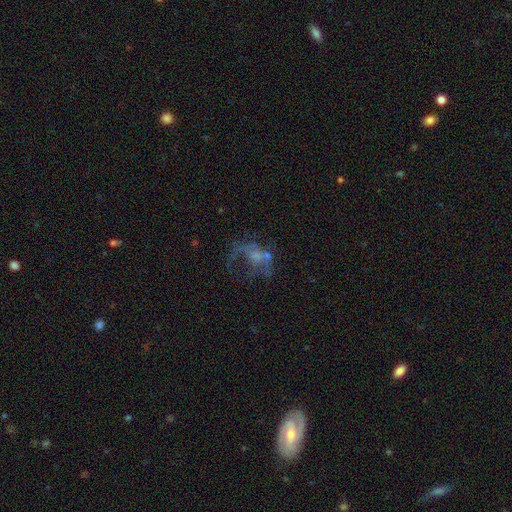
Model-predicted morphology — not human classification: A featured or disk galaxy (57%) with no bar (80%), no spiral arms (62%) and no central bulge (45%).

Vote fractions:
- Smooth or featured? featured or disk: 57% / smooth: 23% / star or artifact: 20%
- Edge-on disk? no: 97% / yes: 3%
- Bar? no: 80% / weak: 17% / strong: 3%
- Spiral arms? no: 62% / yes: 38%
- Bulge size? none: 45% / small: 28% / moderate: 21% / large: 4% / dominant: 2%
- Merging? major disturbance: 45% / none: 32% / minor disturbance: 14% / merger: 9%